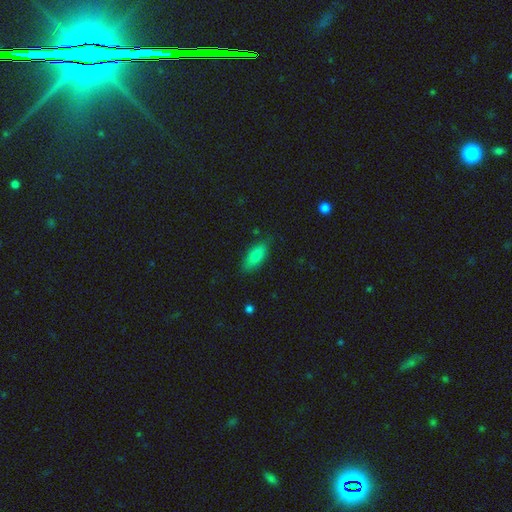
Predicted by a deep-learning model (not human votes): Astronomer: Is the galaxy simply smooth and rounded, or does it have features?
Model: smooth — 82%.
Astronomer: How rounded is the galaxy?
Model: in between — 80%.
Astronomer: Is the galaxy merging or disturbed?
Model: none — 80%.